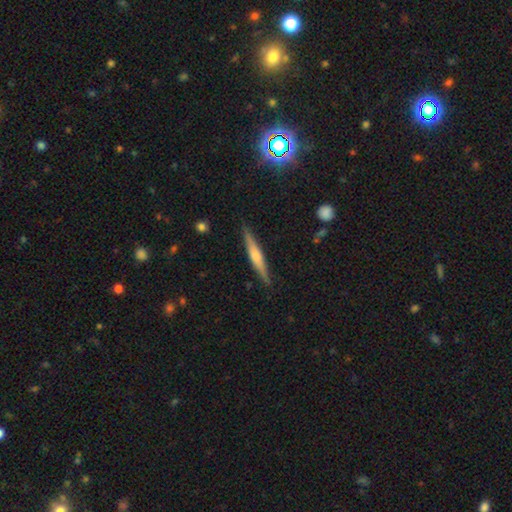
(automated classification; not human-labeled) Smooth or featured?
  - featured or disk: 56% *
  - smooth: 37%
  - star or artifact: 6%
Edge-on disk?
  - yes: 97% *
  - no: 3%
Edge-on bulge?
  - rounded: 59% *
  - boxy: 22%
  - none: 19%
Merging?
  - none: 89% *
  - minor disturbance: 8%
  - major disturbance: 2%
  - merger: 1%